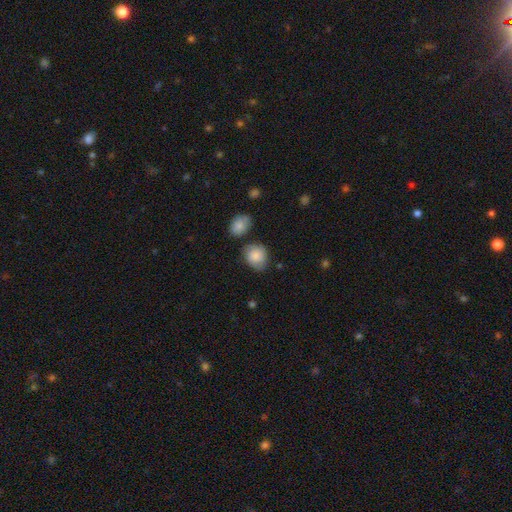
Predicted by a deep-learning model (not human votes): Smooth or featured? Predicted: smooth (p=0.83). How rounded? Predicted: round (p=0.64). Merging? Predicted: none (p=0.64).